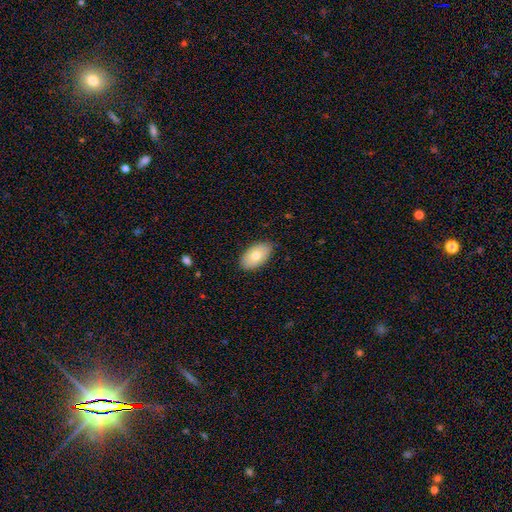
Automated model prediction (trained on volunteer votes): This appears to be a smooth galaxy with no disk features (74%) that is in between round and cigar-shaped (94%). Merging: none (84%).